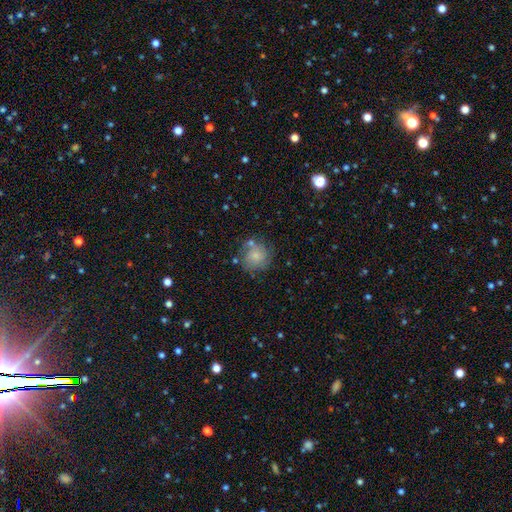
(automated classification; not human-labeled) This appears to be a smooth galaxy with no disk features (69%) that is round (87%). Merging: none (63%).